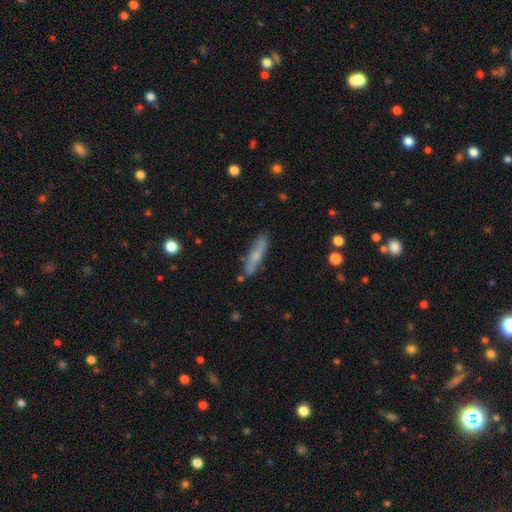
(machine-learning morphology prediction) smooth 54%, featured or disk 40%, star or artifact 7%. Down the decision tree: how rounded — cigar-shaped (82%); merging — none (80%).